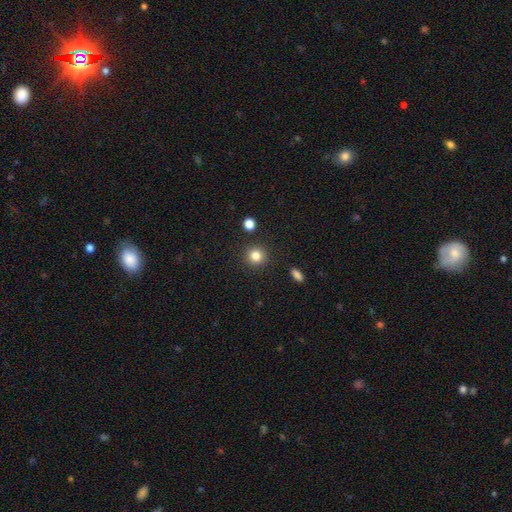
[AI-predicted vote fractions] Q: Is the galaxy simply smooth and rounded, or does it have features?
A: smooth — 83%.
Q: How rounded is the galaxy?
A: round — 92%.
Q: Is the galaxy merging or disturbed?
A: none — 90%.